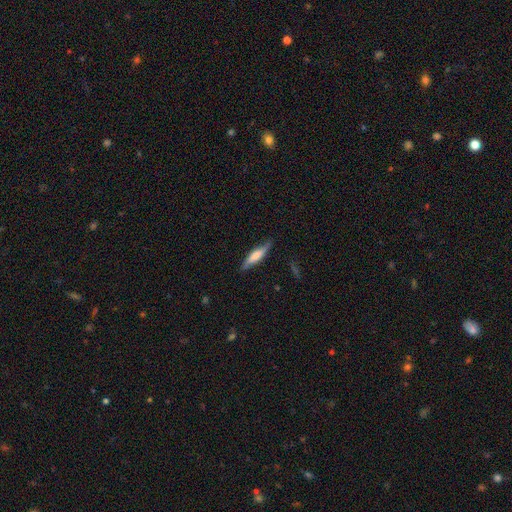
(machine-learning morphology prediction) smooth-or-featured: smooth: 57% | featured or disk: 38% | star or artifact: 6%
  how-rounded: cigar-shaped: 79% | in between: 19% | round: 2%
  merging: none: 80% | minor disturbance: 16% | major disturbance: 3% | merger: 1%